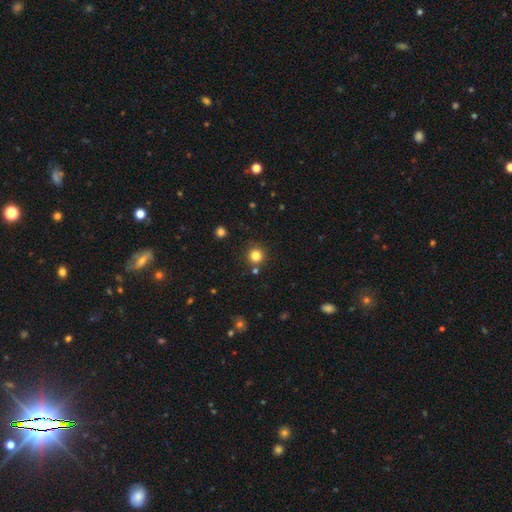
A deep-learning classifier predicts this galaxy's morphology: Q: Smooth or featured?
A: smooth (81%); runner-up: star or artifact (14%)
Q: How rounded?
A: round (94%); runner-up: in between (5%)
Q: Merging?
A: none (85%); runner-up: minor disturbance (7%)